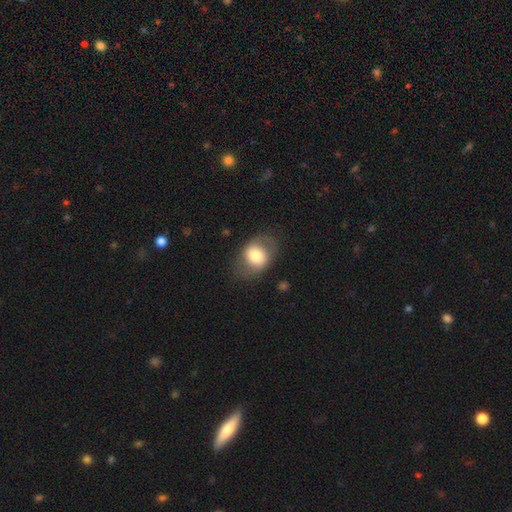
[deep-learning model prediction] A smooth galaxy with no disk features (62%) that is in between round and cigar-shaped (64%). Merging: none (71%).